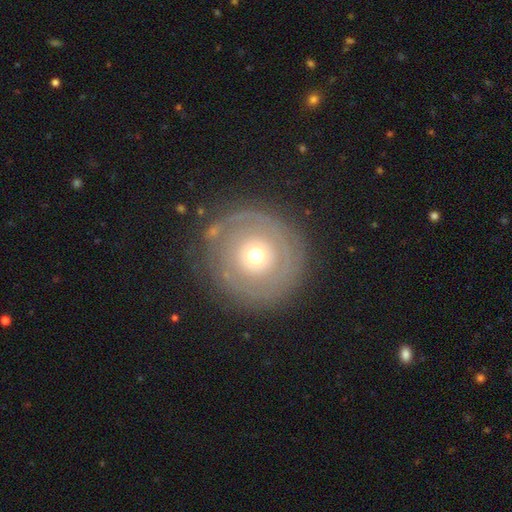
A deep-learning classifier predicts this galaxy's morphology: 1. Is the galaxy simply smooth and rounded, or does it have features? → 57% featured or disk, 37% smooth, 7% star or artifact.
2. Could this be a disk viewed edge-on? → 96% no, 4% yes.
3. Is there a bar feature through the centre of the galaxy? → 91% no, 7% weak, 3% strong.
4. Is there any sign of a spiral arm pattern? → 63% no, 37% yes.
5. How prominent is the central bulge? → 53% moderate, 39% small, 6% large, 2% dominant, 1% none.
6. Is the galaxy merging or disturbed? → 80% none, 12% minor disturbance, 6% major disturbance, 2% merger.